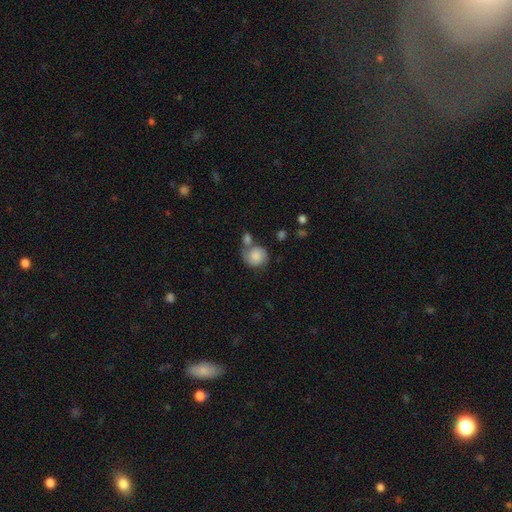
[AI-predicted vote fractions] smooth_or_featured: smooth (p=0.74) [alt: featured or disk p=0.19]
how_rounded: round (p=0.82) [alt: in between p=0.17]
merging: none (p=0.45) [alt: merger p=0.31]